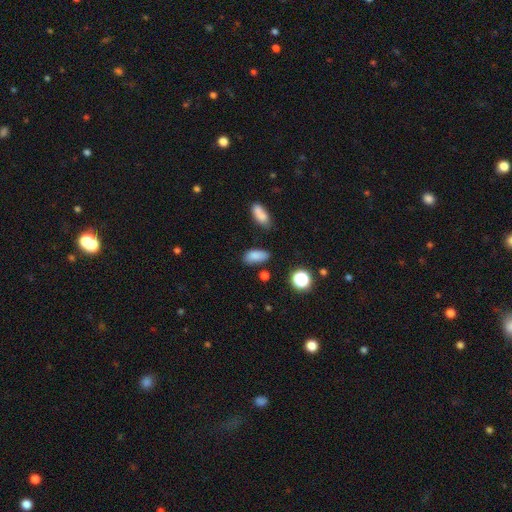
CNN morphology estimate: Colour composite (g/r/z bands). It shows a smooth galaxy with no disk features (83%) that is in between round and cigar-shaped (87%). Merging: none (72%).